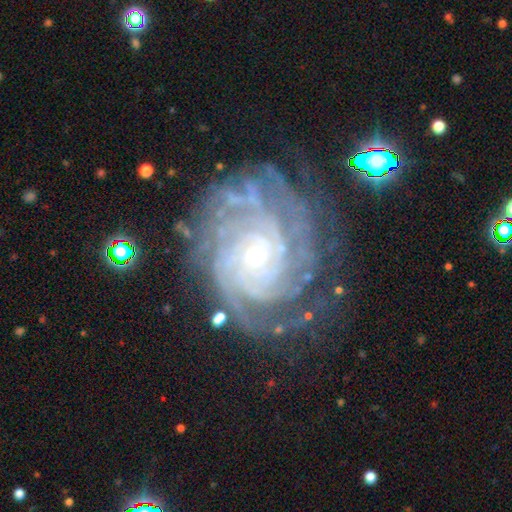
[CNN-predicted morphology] A featured or disk galaxy (90%) with no bar (76%), more than 4 (24%) tight (80%) spiral arms (98%) and a small central bulge (84%). Merging: none (68%).